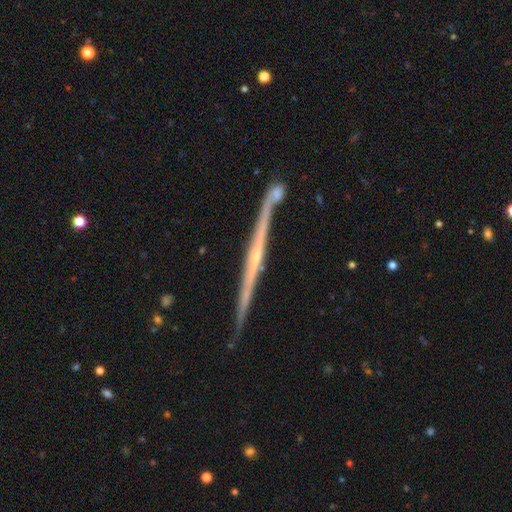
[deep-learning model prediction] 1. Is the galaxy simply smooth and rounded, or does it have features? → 85% featured or disk, 9% smooth, 6% star or artifact.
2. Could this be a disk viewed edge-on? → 98% yes, 2% no.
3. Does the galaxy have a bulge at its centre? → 52% rounded, 39% none, 9% boxy.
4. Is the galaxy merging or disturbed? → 79% none, 11% minor disturbance, 8% merger, 3% major disturbance.